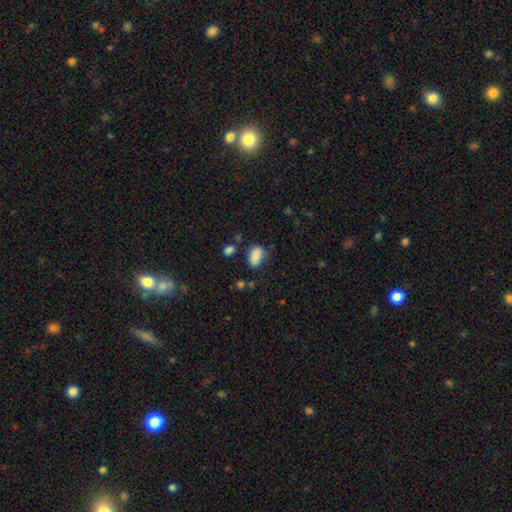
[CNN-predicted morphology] Q: Smooth or featured?
A: smooth (86%); runner-up: star or artifact (9%)
Q: How rounded?
A: in between (88%); runner-up: round (10%)
Q: Merging?
A: none (64%); runner-up: minor disturbance (23%)